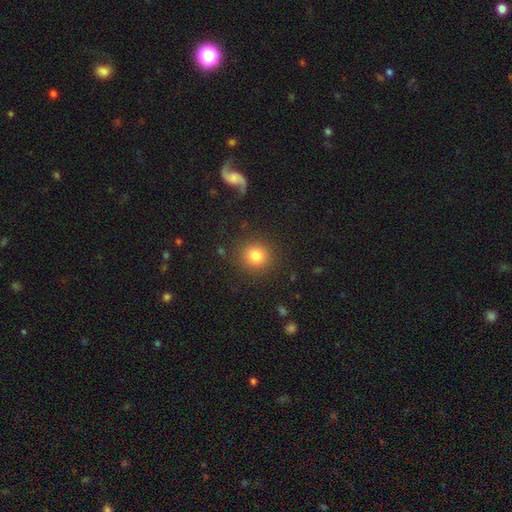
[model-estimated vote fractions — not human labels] Smooth or featured: smooth — 81% (star or artifact — 12%)
How rounded: round — 89% (in between — 10%)
Merging: none — 88% (minor disturbance — 7%)